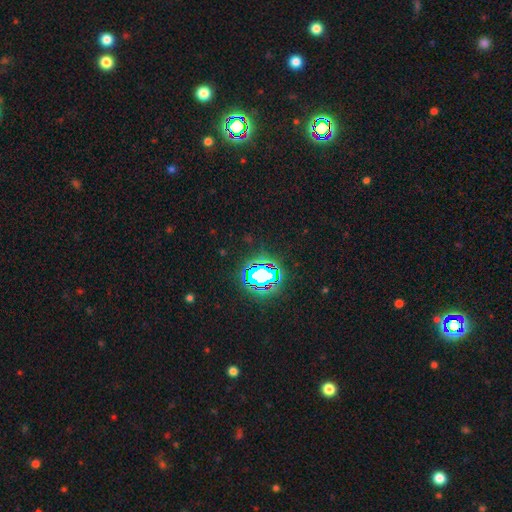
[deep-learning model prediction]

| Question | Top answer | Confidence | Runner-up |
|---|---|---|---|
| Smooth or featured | star or artifact | 82% | smooth (12%) |